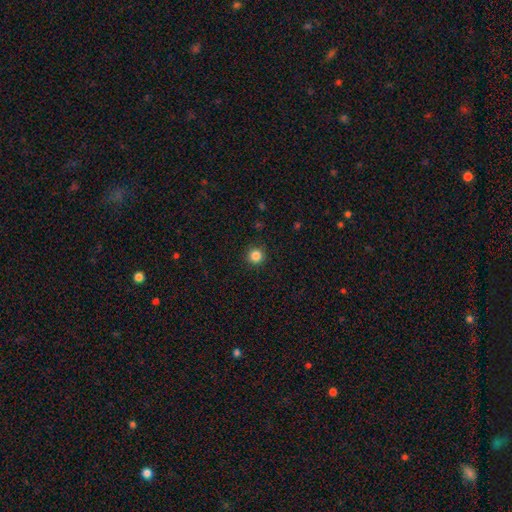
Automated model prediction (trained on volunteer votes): Smooth or featured? Predicted: smooth (p=0.85). How rounded? Predicted: round (p=0.95). Merging? Predicted: none (p=0.91).